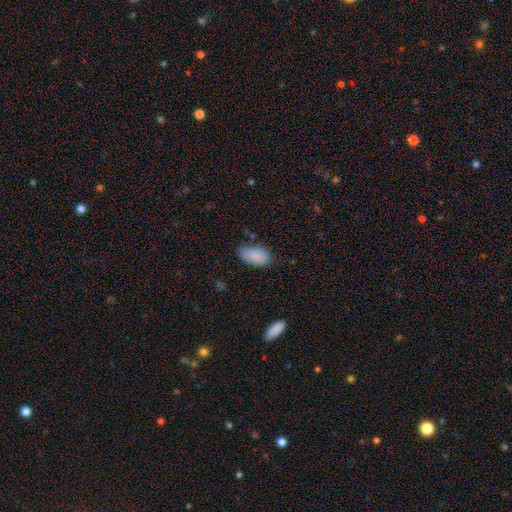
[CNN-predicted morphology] Smooth or featured: smooth — 85% (featured or disk — 8%)
How rounded: in between — 94% (round — 4%)
Merging: none — 68% (minor disturbance — 25%)